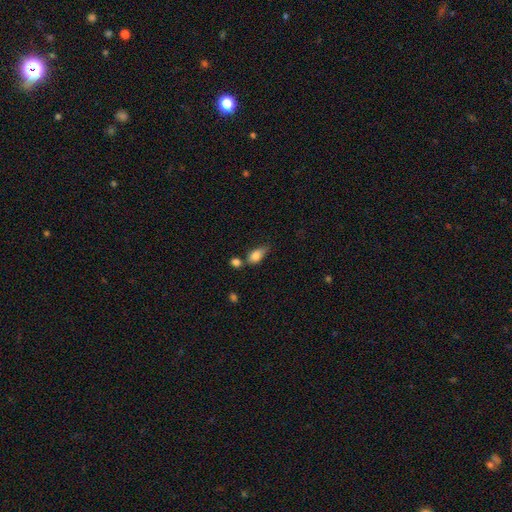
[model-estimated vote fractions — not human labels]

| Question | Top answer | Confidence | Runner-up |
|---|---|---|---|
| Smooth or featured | smooth | 80% | featured or disk (11%) |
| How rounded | in between | 84% | round (10%) |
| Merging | none | 46% | minor disturbance (26%) |